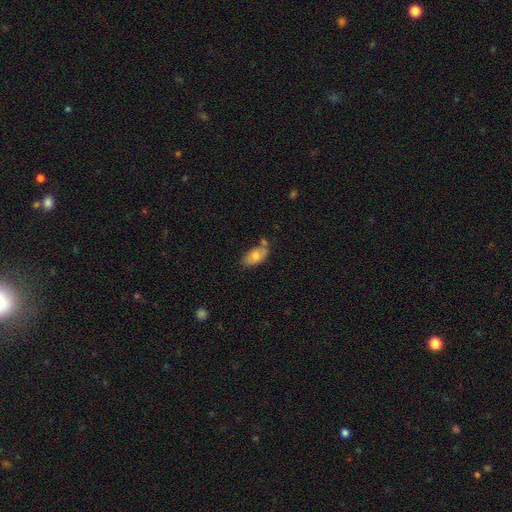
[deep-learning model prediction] smooth_or_featured: smooth (p=0.74) [alt: featured or disk p=0.19]
how_rounded: in between (p=0.93) [alt: round p=0.04]
merging: none (p=0.55) [alt: minor disturbance p=0.24]